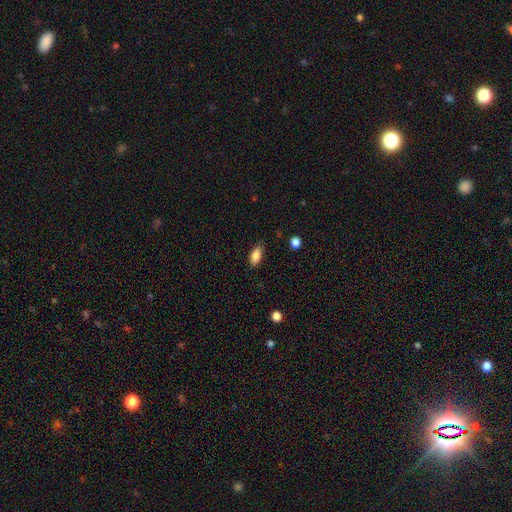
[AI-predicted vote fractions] Overall: smooth (85%). How rounded: in between (88%). Merging: none (80%).